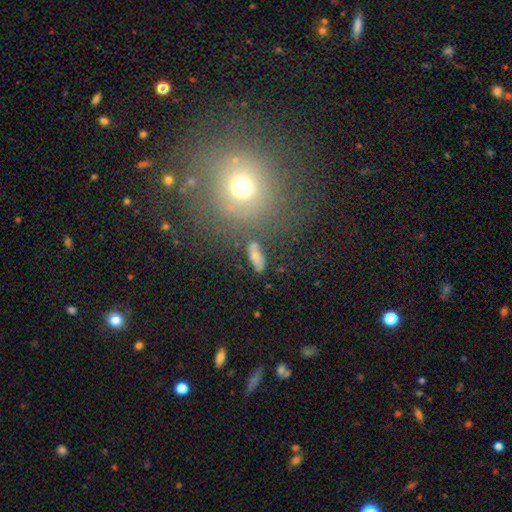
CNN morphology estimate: Overall: smooth (62%; featured or disk 25%). How rounded: in between (69%). Merging: none (72%).